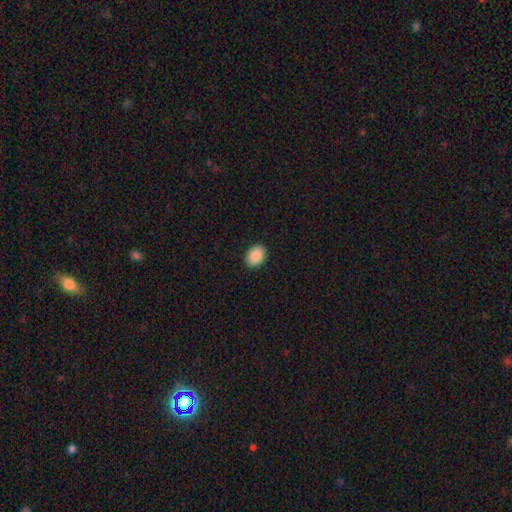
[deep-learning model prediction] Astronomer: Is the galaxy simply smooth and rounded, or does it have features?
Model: smooth — 90%.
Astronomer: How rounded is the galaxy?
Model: in between — 70%.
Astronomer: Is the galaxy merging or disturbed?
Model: none — 91%.